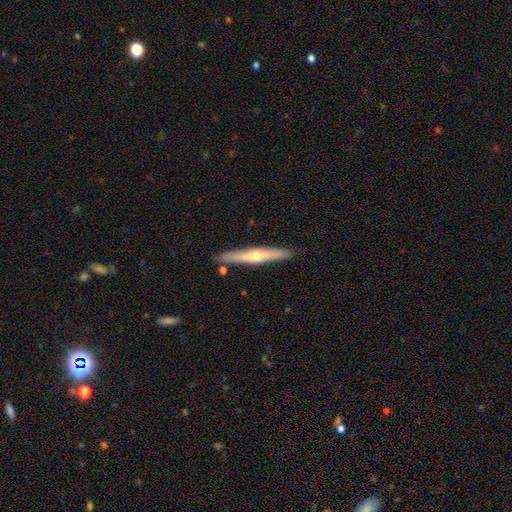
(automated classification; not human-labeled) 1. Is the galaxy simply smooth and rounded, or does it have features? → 57% featured or disk, 37% smooth, 6% star or artifact.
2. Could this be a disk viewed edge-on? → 94% yes, 6% no.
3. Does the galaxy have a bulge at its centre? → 79% rounded, 19% none, 3% boxy.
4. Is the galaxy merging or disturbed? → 88% none, 8% minor disturbance, 2% merger, 2% major disturbance.